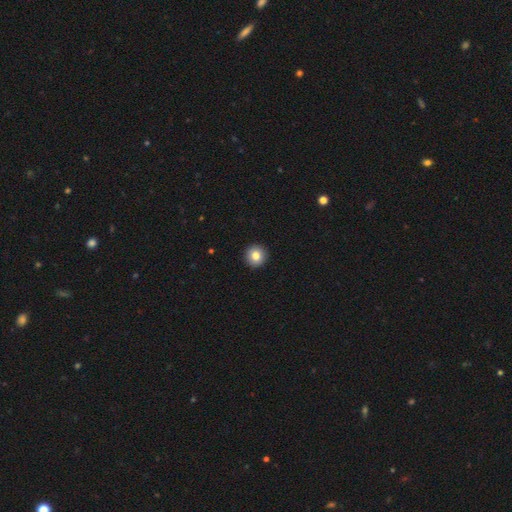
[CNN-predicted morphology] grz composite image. It shows a smooth galaxy with no disk features (81%) that is round (95%). Merging: none (93%).